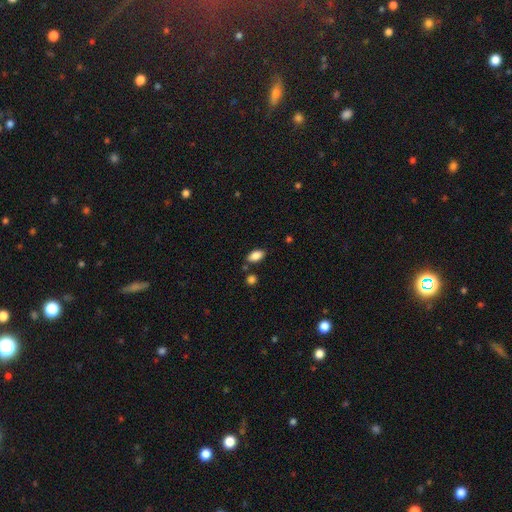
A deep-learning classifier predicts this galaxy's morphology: This appears to be a smooth galaxy with no disk features (86%) that is in between round and cigar-shaped (91%). Merging: none (78%).